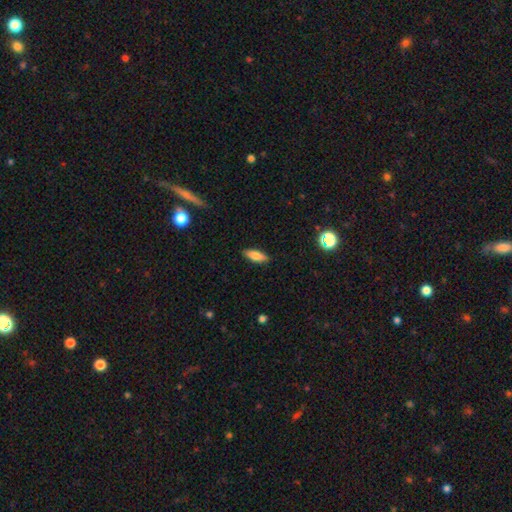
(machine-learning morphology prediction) A smooth galaxy with no disk features (77%) that is in between round and cigar-shaped (64%).

Vote fractions:
- Smooth or featured? smooth: 77% / featured or disk: 15% / star or artifact: 7%
- How rounded? in between: 64% / cigar-shaped: 33% / round: 2%
- Merging? none: 88% / minor disturbance: 9% / major disturbance: 2% / merger: 1%